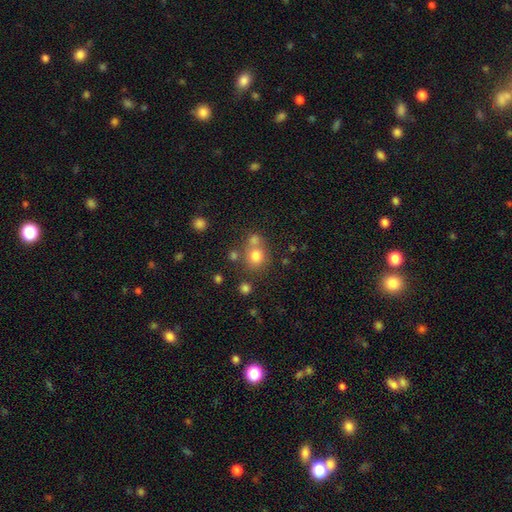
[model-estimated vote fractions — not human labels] smooth-or-featured: smooth: 76% | star or artifact: 14% | featured or disk: 10%
  how-rounded: round: 82% | in between: 17% | cigar-shaped: 1%
  merging: none: 58% | merger: 28% | minor disturbance: 10% | major disturbance: 4%